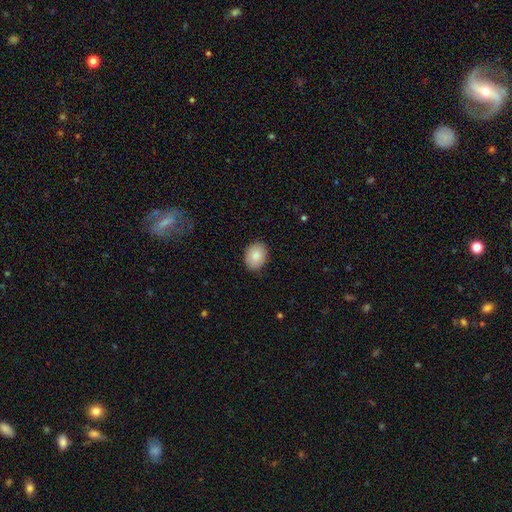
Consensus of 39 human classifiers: smooth-or-featured: smooth: 77% | featured or disk: 13% | star or artifact: 10%
  how-rounded: in between: 70% | round: 30% | cigar-shaped: 0%
  merging: none: 74% | minor disturbance: 23% | major disturbance: 3% | merger: 0%